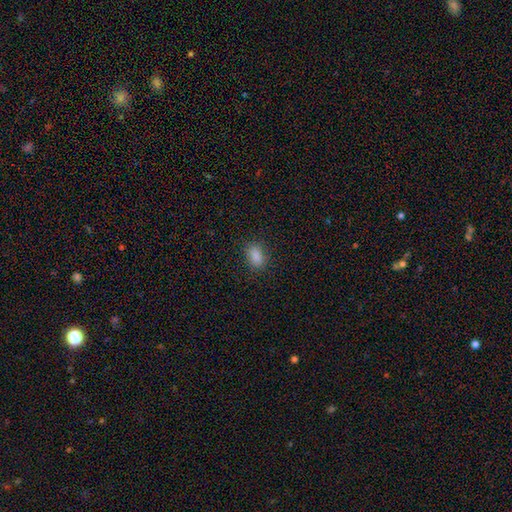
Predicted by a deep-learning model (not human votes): This is clearly a smooth galaxy (84%). How rounded: clearly in between (83%). Merging: clearly none (86%).